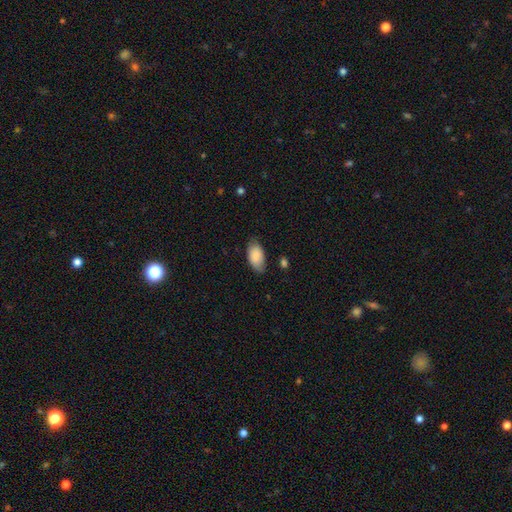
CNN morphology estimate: This is clearly a smooth galaxy (88%). How rounded: clearly in between (95%). Merging: likely none (73%).